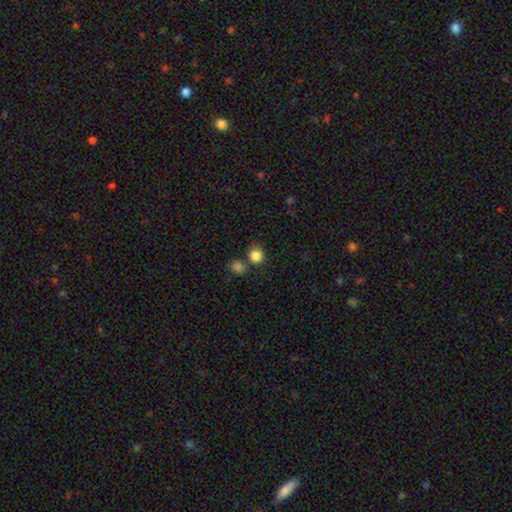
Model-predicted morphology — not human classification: smooth_or_featured: smooth (p=0.85) [alt: star or artifact p=0.11]
how_rounded: round (p=0.88) [alt: in between p=0.11]
merging: none (p=0.68) [alt: merger p=0.18]